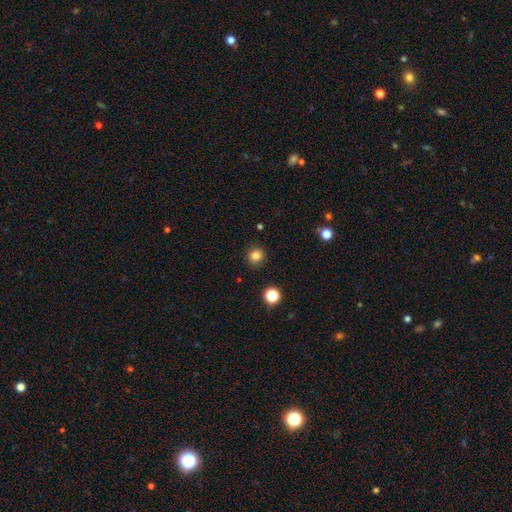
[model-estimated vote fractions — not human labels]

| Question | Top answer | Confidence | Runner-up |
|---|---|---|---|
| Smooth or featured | smooth | 84% | star or artifact (12%) |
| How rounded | round | 88% | in between (11%) |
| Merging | none | 90% | minor disturbance (7%) |